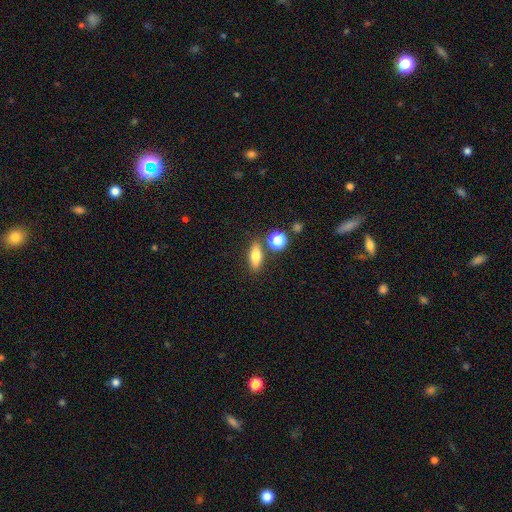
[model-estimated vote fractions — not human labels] Smooth or featured? smooth (72%)
How rounded? in between (61%)
Merging? none (78%)